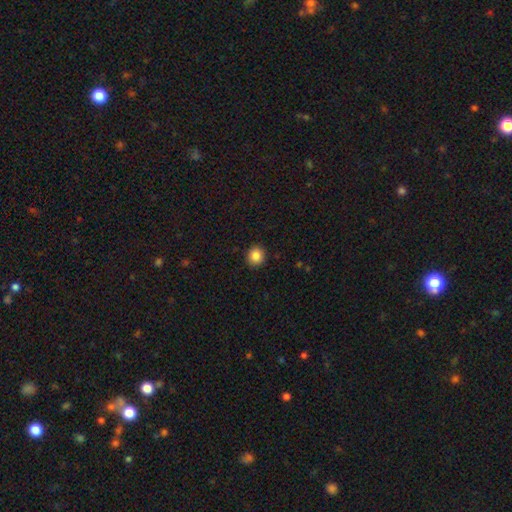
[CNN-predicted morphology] Overall: smooth (86%). How rounded: round (90%). Merging: none (92%).